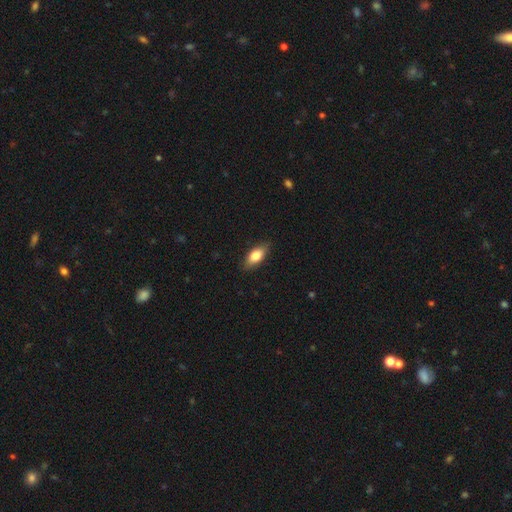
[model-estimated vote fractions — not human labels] A smooth galaxy with no disk features (76%) that is in between round and cigar-shaped (83%). Merging: none (85%).